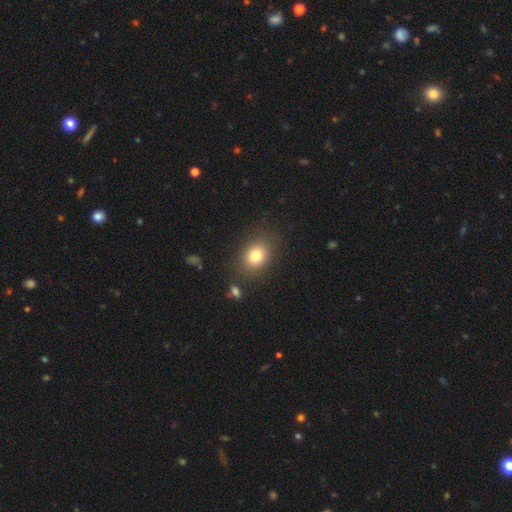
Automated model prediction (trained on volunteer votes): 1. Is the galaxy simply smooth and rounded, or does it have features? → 80% smooth, 10% star or artifact, 10% featured or disk.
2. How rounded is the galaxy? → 58% in between, 41% round, 1% cigar-shaped.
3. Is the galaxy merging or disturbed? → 82% none, 11% minor disturbance, 4% major disturbance, 3% merger.